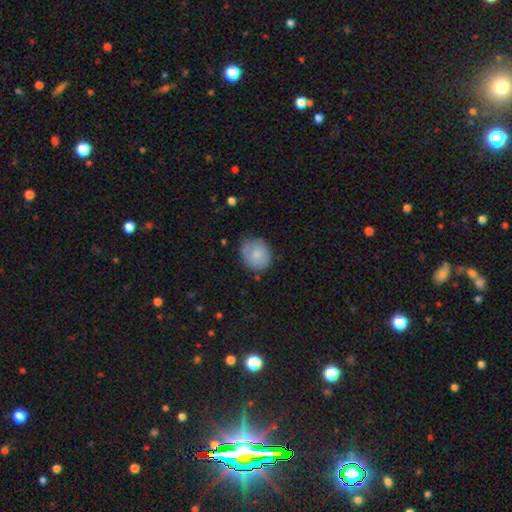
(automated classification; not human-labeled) Smooth or featured? smooth (76%)
How rounded? round (71%)
Merging? none (71%)